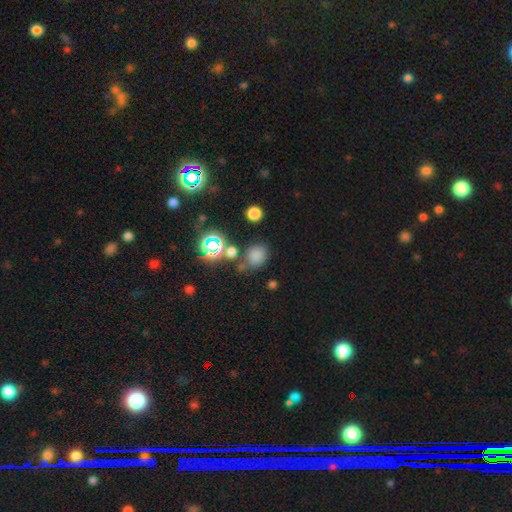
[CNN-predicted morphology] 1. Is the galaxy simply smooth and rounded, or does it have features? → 68% smooth, 25% star or artifact, 7% featured or disk.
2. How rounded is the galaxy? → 73% round, 26% in between, 1% cigar-shaped.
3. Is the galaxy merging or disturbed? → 66% none, 15% minor disturbance, 12% merger, 6% major disturbance.